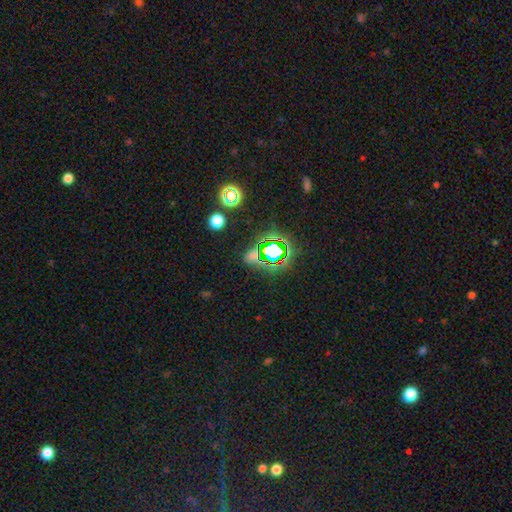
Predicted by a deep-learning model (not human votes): A star or artifact, not a galaxy (63%).